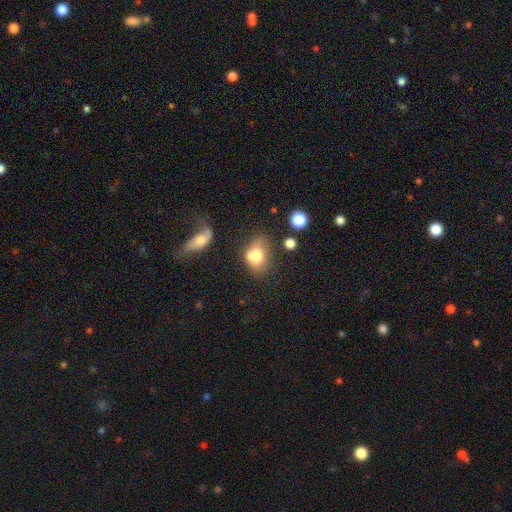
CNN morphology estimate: Smooth or featured: smooth — 73% (featured or disk — 17%)
How rounded: in between — 68% (round — 30%)
Merging: none — 35% (minor disturbance — 24%)